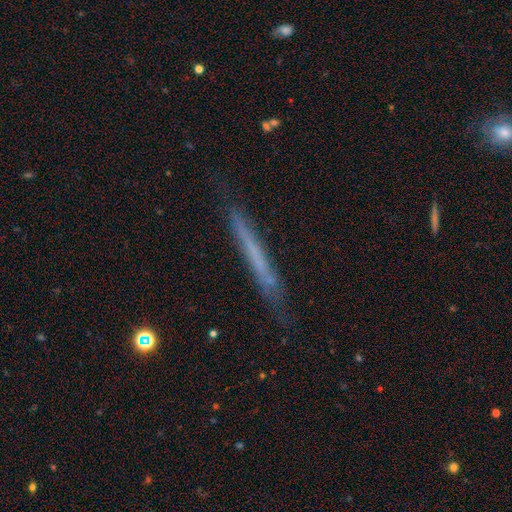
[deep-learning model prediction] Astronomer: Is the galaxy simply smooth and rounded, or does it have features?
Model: featured or disk — 47% (runner-up: smooth, 46%).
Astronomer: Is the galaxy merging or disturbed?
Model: none — 80%.